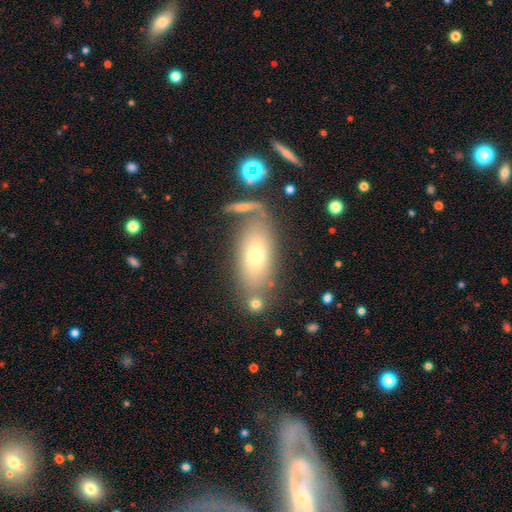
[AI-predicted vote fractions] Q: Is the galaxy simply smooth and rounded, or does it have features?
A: smooth — 61%.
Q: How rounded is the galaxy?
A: in between — 83%.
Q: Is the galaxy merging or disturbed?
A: none — 67%.